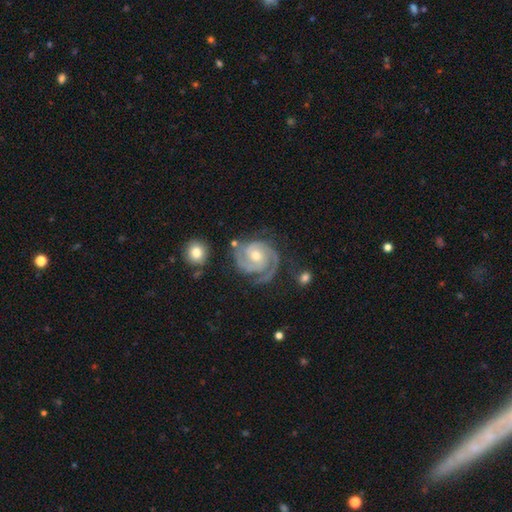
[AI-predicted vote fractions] Smooth or featured?
  - featured or disk: 92% *
  - star or artifact: 4%
  - smooth: 4%
Edge-on disk?
  - no: 98% *
  - yes: 2%
Bar?
  - no: 62% *
  - weak: 30%
  - strong: 8%
Spiral arms?
  - yes: 98% *
  - no: 2%
Spiral winding?
  - tight: 64% *
  - medium: 31%
  - loose: 4%
Spiral arm count?
  - 2: 64% *
  - 3: 21%
  - can't tell: 6%
  - 1: 4%
  - 4: 3%
  - more than 4: 2%
Bulge size?
  - moderate: 55% *
  - small: 40%
  - large: 2%
  - none: 1%
  - dominant: 1%
Merging?
  - none: 68% *
  - minor disturbance: 19%
  - major disturbance: 9%
  - merger: 4%